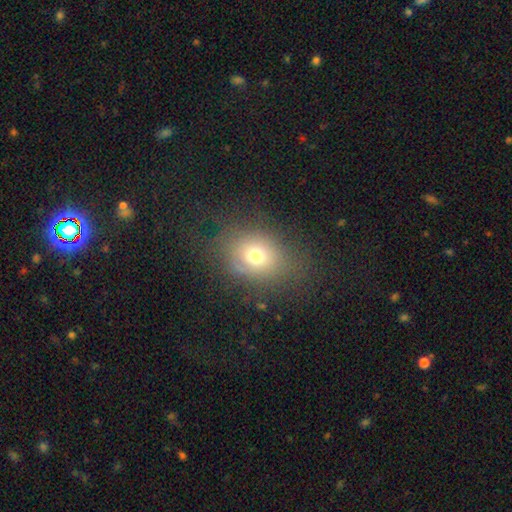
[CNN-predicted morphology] Smooth or featured?
  - smooth: 69% *
  - featured or disk: 16%
  - star or artifact: 15%
How rounded?
  - round: 50% *
  - in between: 49%
  - cigar-shaped: 1%
Merging?
  - none: 69% *
  - minor disturbance: 18%
  - major disturbance: 11%
  - merger: 2%